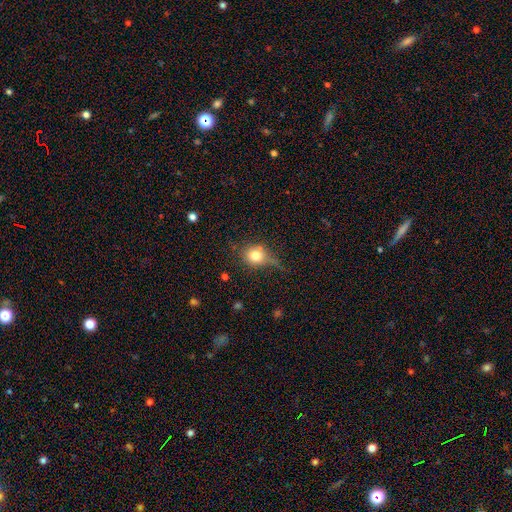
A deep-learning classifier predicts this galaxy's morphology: Smooth or featured: smooth — 73% (featured or disk — 15%)
How rounded: round — 71% (in between — 27%)
Merging: none — 51% (minor disturbance — 27%)